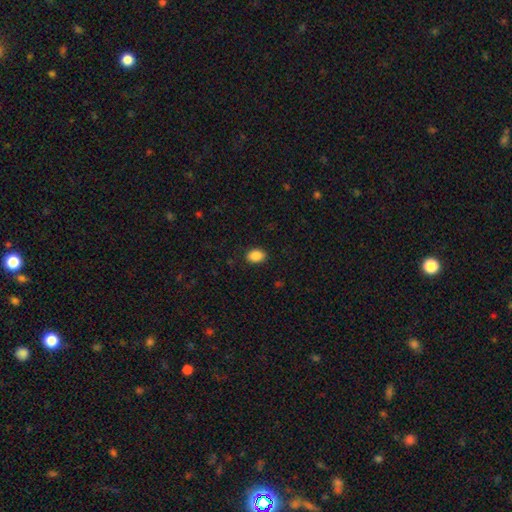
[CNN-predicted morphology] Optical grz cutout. It shows a smooth galaxy with no disk features (89%) that is in between round and cigar-shaped (79%). Merging: none (89%).